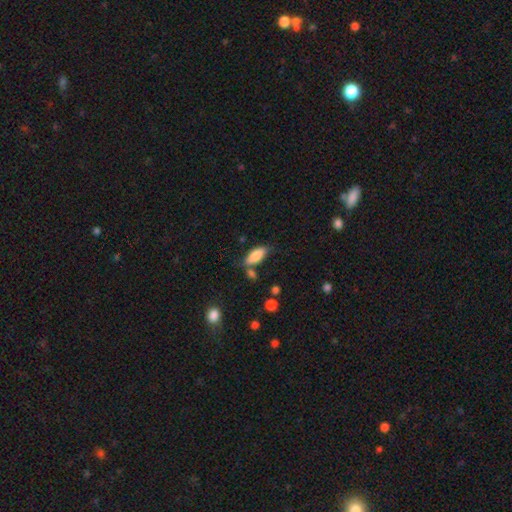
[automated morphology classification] A smooth galaxy with no disk features (82%) that is in between round and cigar-shaped (74%). Merging: none (63%).